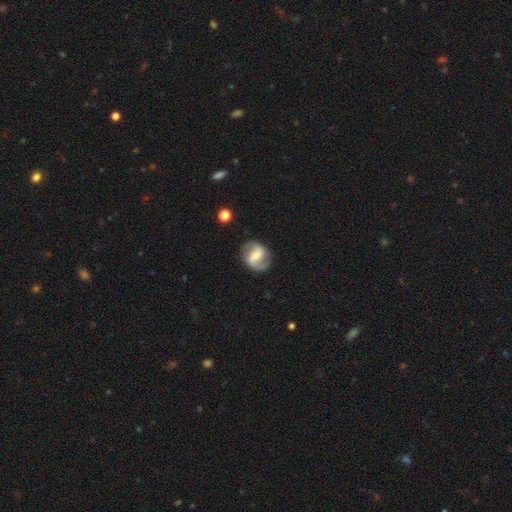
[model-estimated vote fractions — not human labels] Smooth or featured? Predicted: featured or disk (p=0.77). Edge-on disk? Predicted: no (p=0.98). Bar? Predicted: weak (p=0.44). Spiral arms? Predicted: yes (p=0.92). Spiral winding? Predicted: medium (p=0.50). Spiral arm count? Predicted: 2 (p=0.90). Bulge size? Predicted: small (p=0.42). Merging? Predicted: none (p=0.80).